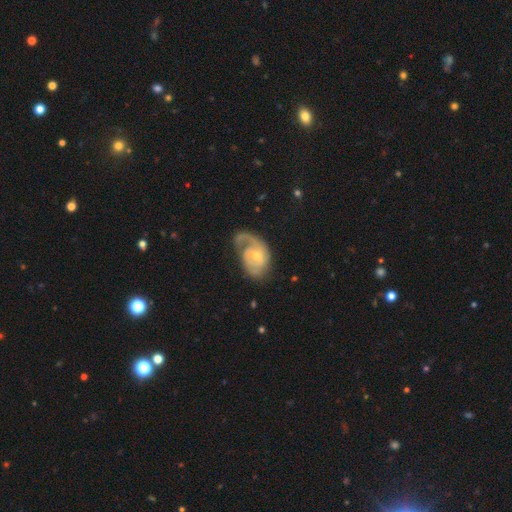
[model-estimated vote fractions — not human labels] Q: Smooth or featured?
A: featured or disk (81%); runner-up: smooth (14%)
Q: Edge-on disk?
A: no (97%); runner-up: yes (3%)
Q: Bar?
A: no (50%); runner-up: weak (43%)
Q: Spiral arms?
A: yes (92%); runner-up: no (8%)
Q: Spiral winding?
A: medium (42%); runner-up: tight (37%)
Q: Spiral arm count?
A: 1 (44%); runner-up: 2 (41%)
Q: Bulge size?
A: small (51%); runner-up: moderate (44%)
Q: Merging?
A: none (46%); runner-up: minor disturbance (26%)